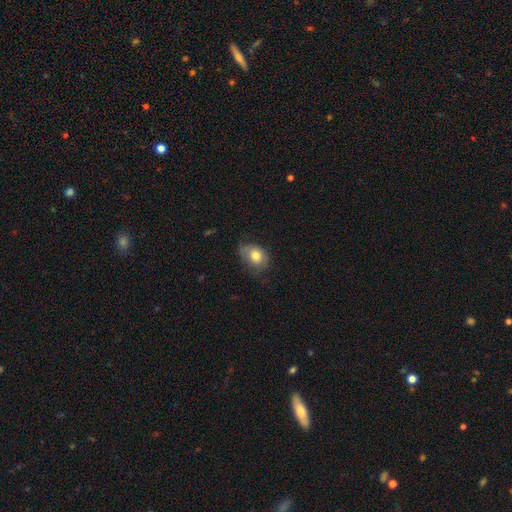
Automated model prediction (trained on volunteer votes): This is likely a smooth galaxy (75%). How rounded: likely in between (63%). Merging: possibly none (57%).